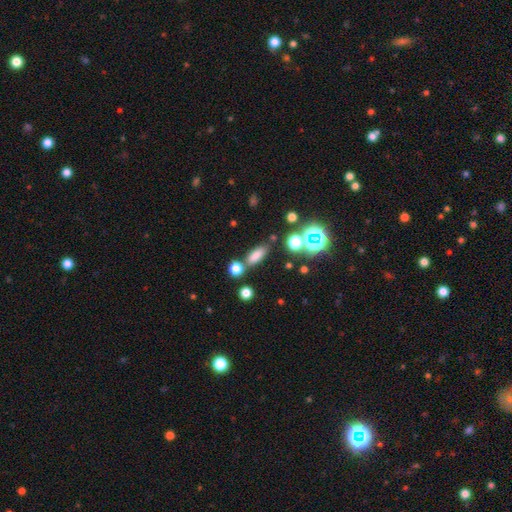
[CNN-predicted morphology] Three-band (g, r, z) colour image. It shows a smooth galaxy with no disk features (74%) that is in between round and cigar-shaped (62%). Merging: none (72%).